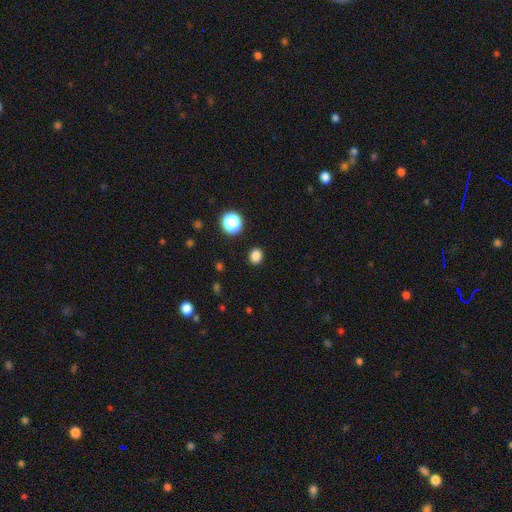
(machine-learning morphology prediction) A smooth galaxy with no disk features (83%) that is round (74%). Merging: none (91%).